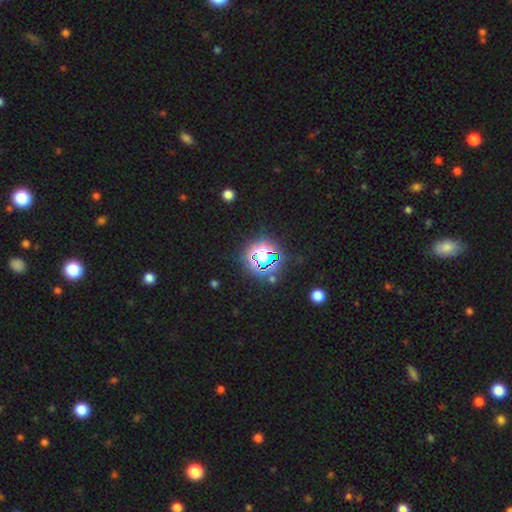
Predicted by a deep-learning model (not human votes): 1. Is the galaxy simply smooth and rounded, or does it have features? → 73% star or artifact, 18% smooth, 10% featured or disk.